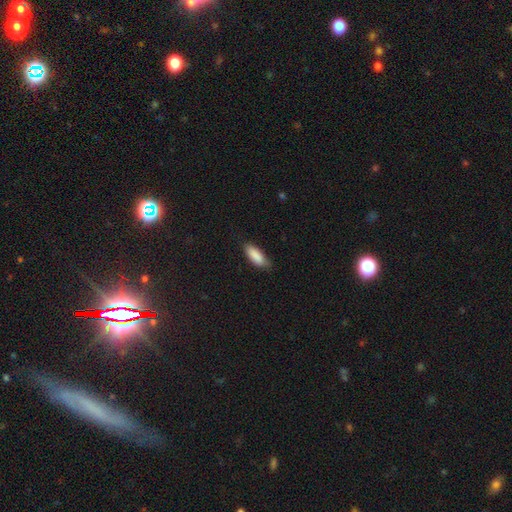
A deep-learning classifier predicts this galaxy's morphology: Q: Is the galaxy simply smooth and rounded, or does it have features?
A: smooth — 88%.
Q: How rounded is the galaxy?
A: in between — 70%.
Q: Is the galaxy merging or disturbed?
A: none — 77%.